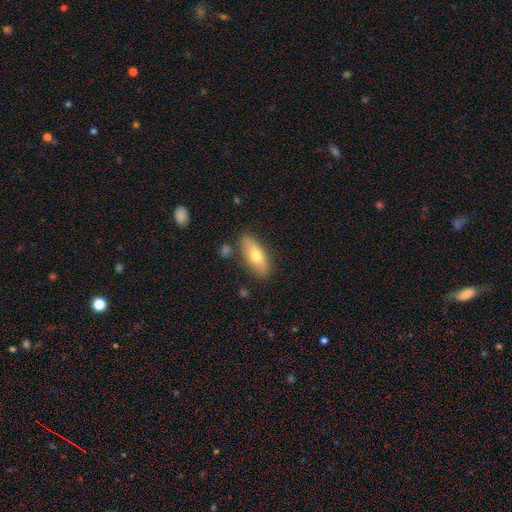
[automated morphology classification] Smooth or featured?
  - smooth: 69% *
  - featured or disk: 25%
  - star or artifact: 6%
How rounded?
  - in between: 77% *
  - cigar-shaped: 20%
  - round: 3%
Merging?
  - none: 82% *
  - minor disturbance: 12%
  - merger: 3%
  - major disturbance: 3%